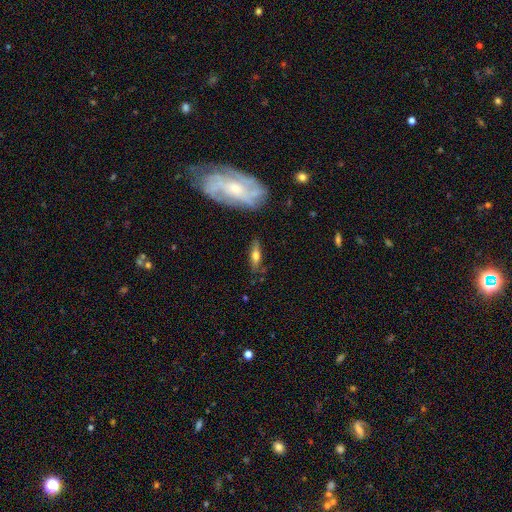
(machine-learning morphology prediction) smooth-or-featured: smooth: 48% | featured or disk: 45% | star or artifact: 7%
  merging: none: 79% | minor disturbance: 14% | major disturbance: 4% | merger: 3%